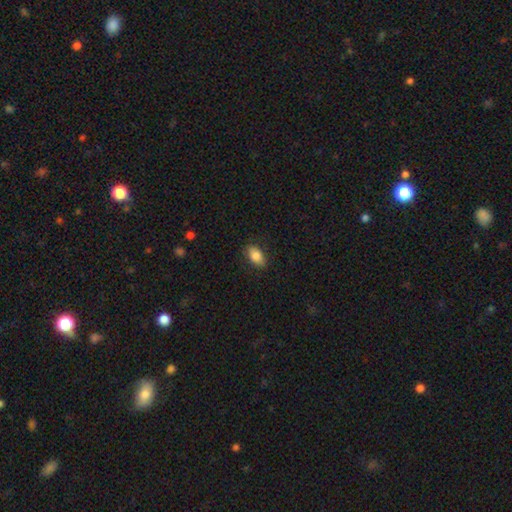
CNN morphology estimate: smooth_or_featured: smooth (p=0.83) [alt: featured or disk p=0.10]
how_rounded: in between (p=0.90) [alt: round p=0.07]
merging: none (p=0.85) [alt: minor disturbance p=0.11]